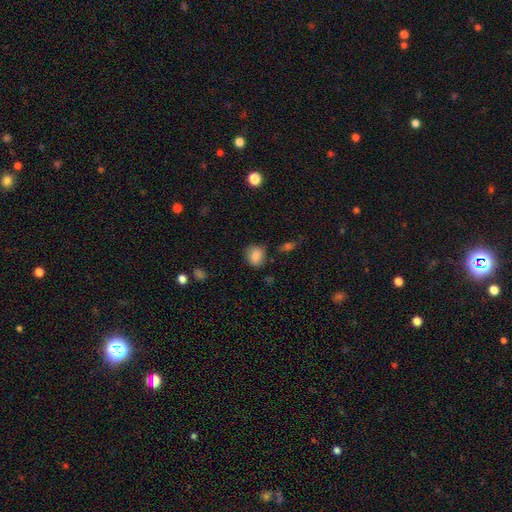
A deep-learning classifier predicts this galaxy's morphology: smooth-or-featured: smooth: 85% | star or artifact: 9% | featured or disk: 6%
  how-rounded: round: 61% | in between: 37% | cigar-shaped: 1%
  merging: none: 75% | minor disturbance: 17% | major disturbance: 4% | merger: 3%